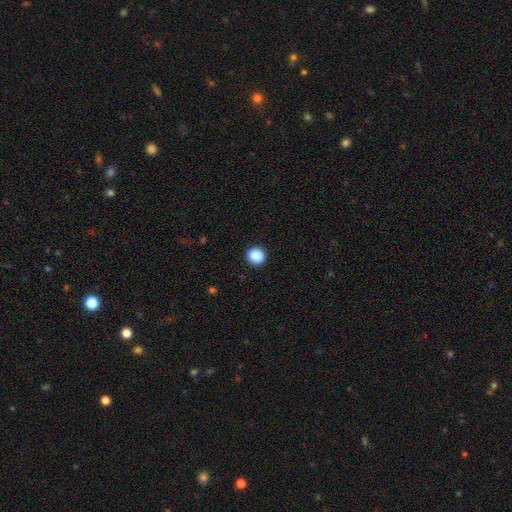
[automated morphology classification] Smooth or featured? Predicted: smooth (p=0.88). How rounded? Predicted: round (p=0.92). Merging? Predicted: none (p=0.92).